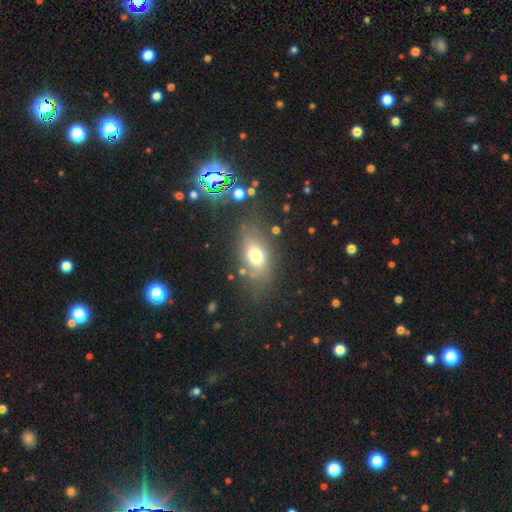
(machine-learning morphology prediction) Smooth or featured? Predicted: smooth (p=0.69). How rounded? Predicted: in between (p=0.76). Merging? Predicted: none (p=0.69).